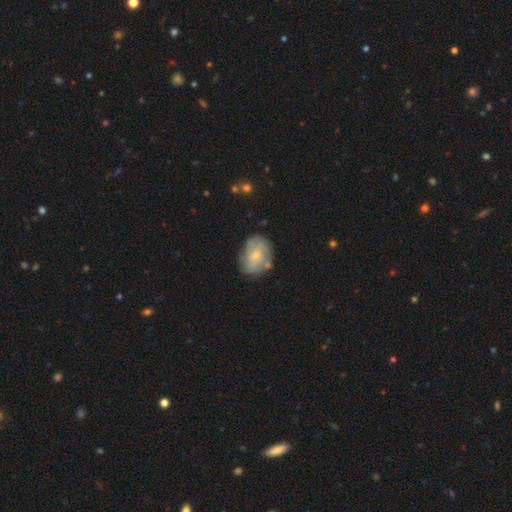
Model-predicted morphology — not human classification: type=featured or disk (70%); edge-on=no (97%); bar=no (61%); spiral arms=yes (85%); winding=tight (54%); arm count=can't tell (44%); bulge=small (71%); merging=none (68%).